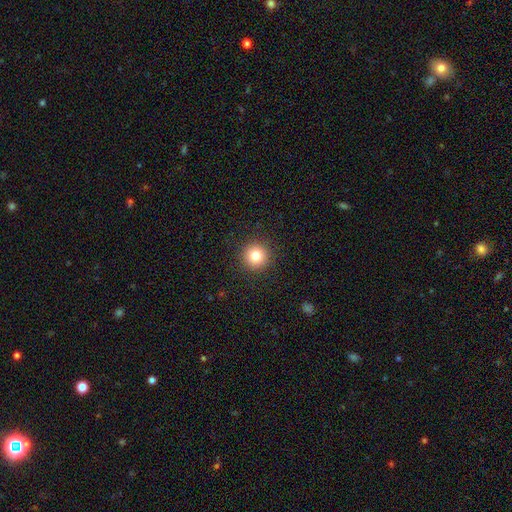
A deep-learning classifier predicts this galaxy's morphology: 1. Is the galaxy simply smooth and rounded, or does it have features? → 82% smooth, 11% star or artifact, 7% featured or disk.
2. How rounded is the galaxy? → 96% round, 3% in between, 1% cigar-shaped.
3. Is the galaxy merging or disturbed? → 92% none, 5% minor disturbance, 2% major disturbance, 1% merger.